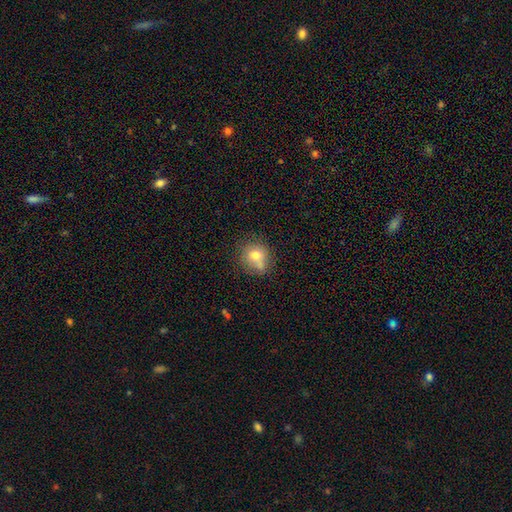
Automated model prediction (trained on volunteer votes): A smooth galaxy with no disk features (71%) that is round (79%). Merging: none (57%).